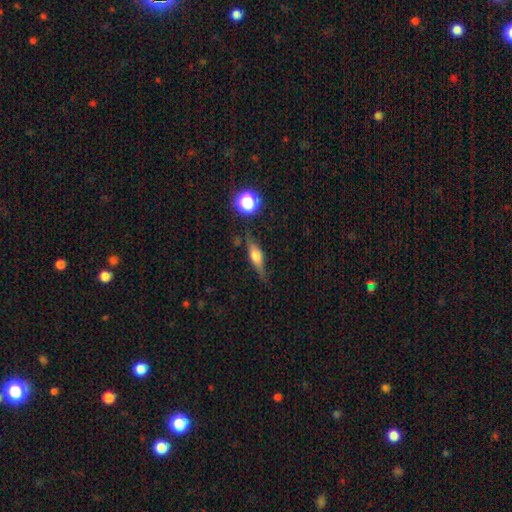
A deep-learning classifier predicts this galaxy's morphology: Smooth or featured?
  - featured or disk: 50% *
  - smooth: 40%
  - star or artifact: 10%
Merging?
  - none: 77% *
  - minor disturbance: 16%
  - major disturbance: 5%
  - merger: 3%